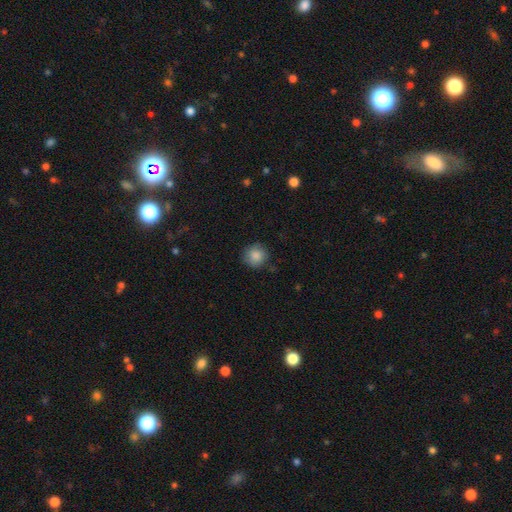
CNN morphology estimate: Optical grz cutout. It shows a smooth galaxy with no disk features (86%) that is round (91%). Merging: none (80%).